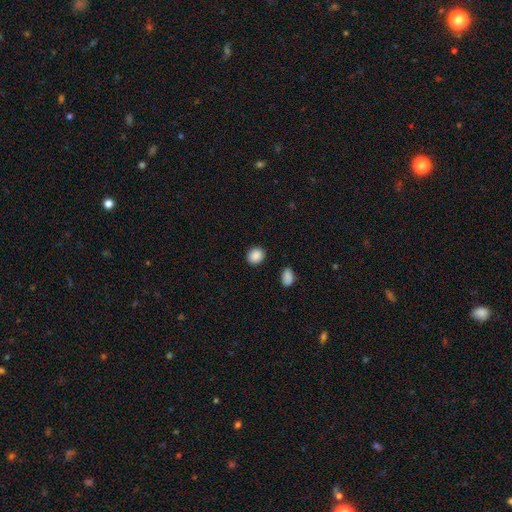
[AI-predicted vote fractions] Smooth or featured? Predicted: smooth (p=0.89). How rounded? Predicted: round (p=0.72). Merging? Predicted: none (p=0.89).